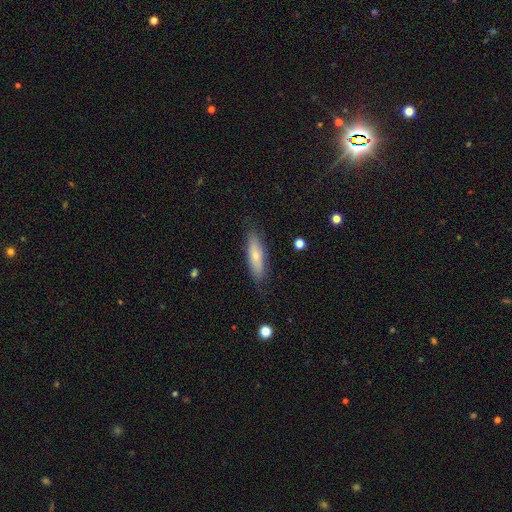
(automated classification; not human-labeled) The model was most divided on "how rounded": cigar-shaped: 58%, in between: 40%, round: 2%. More confident: merging — none (82%); smooth or featured — smooth (62%).